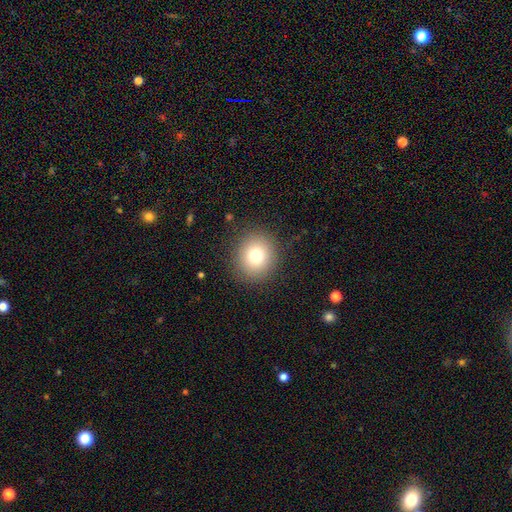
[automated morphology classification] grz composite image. It shows a smooth galaxy with no disk features (78%) that is round (83%). Merging: none (89%).